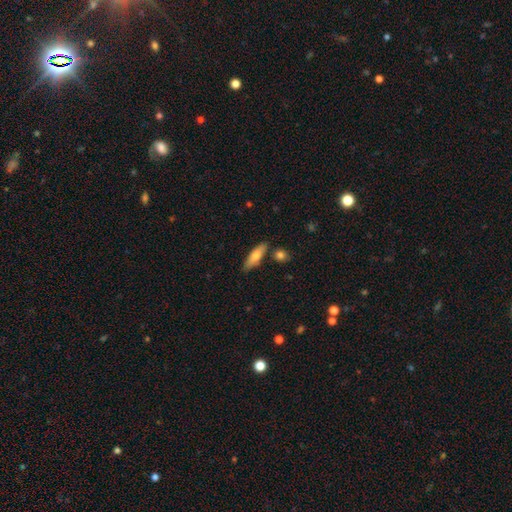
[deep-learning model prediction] Overall: smooth (70%). How rounded: cigar-shaped (58%; in between 40%). Merging: none (79%).